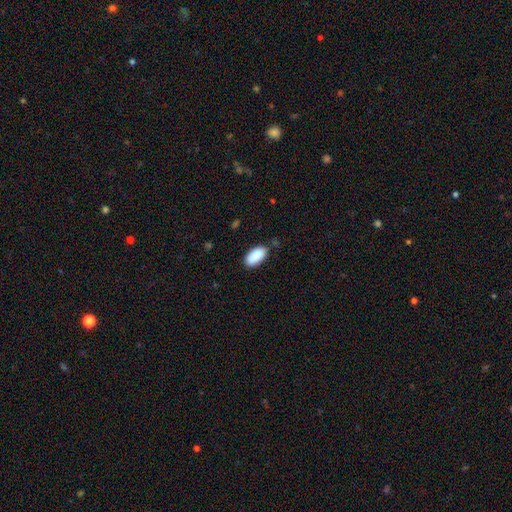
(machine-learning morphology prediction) Smooth or featured: smooth — 90% (star or artifact — 6%)
How rounded: in between — 95% (cigar-shaped — 3%)
Merging: none — 83% (minor disturbance — 12%)